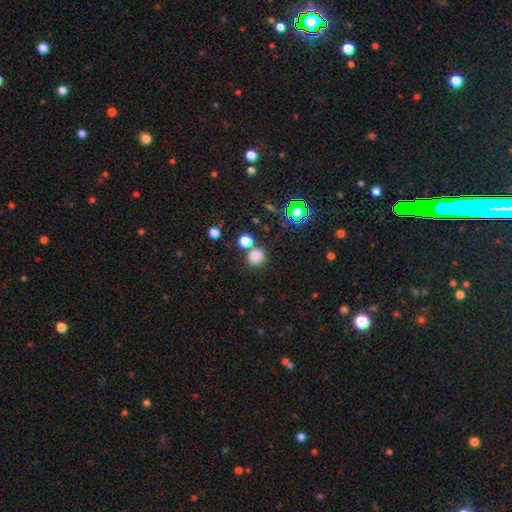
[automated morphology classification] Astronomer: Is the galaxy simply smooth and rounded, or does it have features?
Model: smooth — 79%.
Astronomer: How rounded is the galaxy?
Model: round — 83%.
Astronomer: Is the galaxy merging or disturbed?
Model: none — 72%.